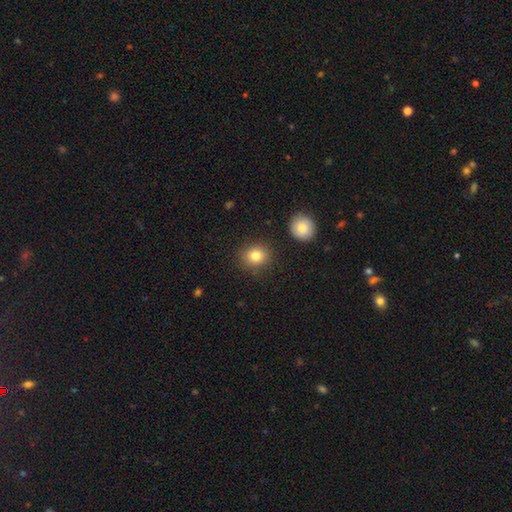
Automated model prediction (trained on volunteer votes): smooth_or_featured: smooth (p=0.82) [alt: star or artifact p=0.11]
how_rounded: round (p=0.78) [alt: in between p=0.21]
merging: none (p=0.86) [alt: minor disturbance p=0.08]